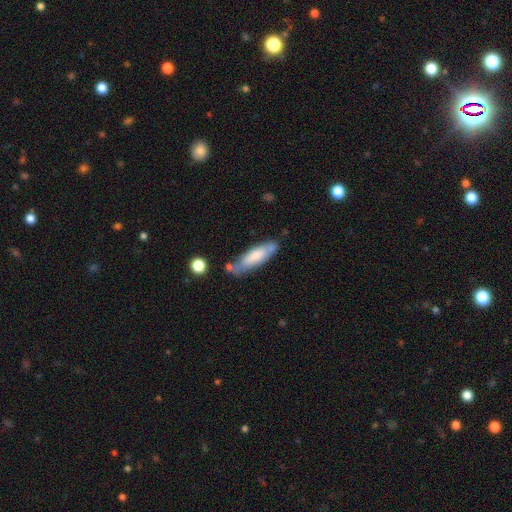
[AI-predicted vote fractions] Morphology: type=smooth (66%); roundness=cigar-shaped (61%); merging=none (64%).